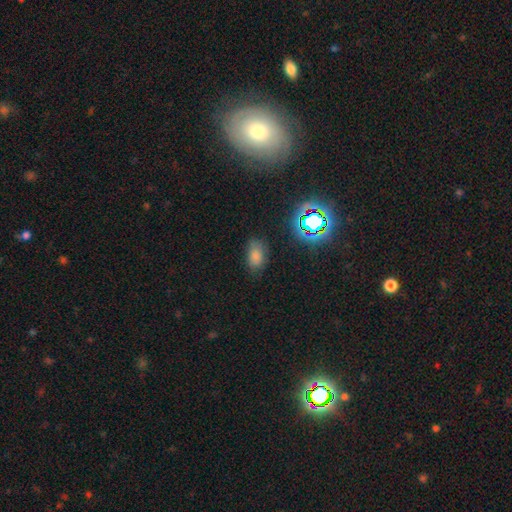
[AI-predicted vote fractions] A smooth galaxy with no disk features (72%) that is in between round and cigar-shaped (88%). Merging: none (73%).